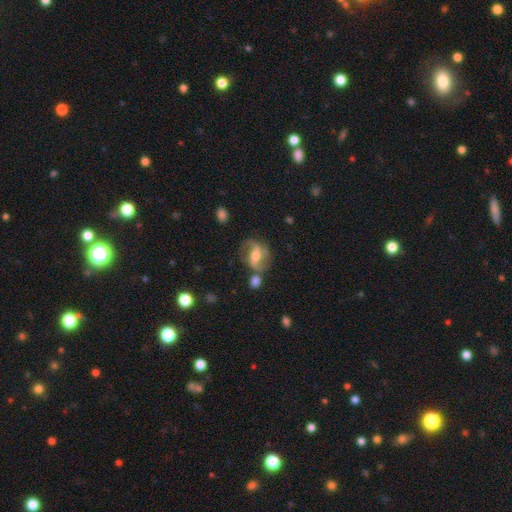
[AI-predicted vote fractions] featured or disk 75%, smooth 17%, star or artifact 8%. Down the decision tree: edge-on disk — no (96%); bar — weak (39%); spiral arms — yes (90%); spiral arm count — 2 (79%); spiral winding — loose (44%); bulge size — moderate (62%); merging — none (58%).